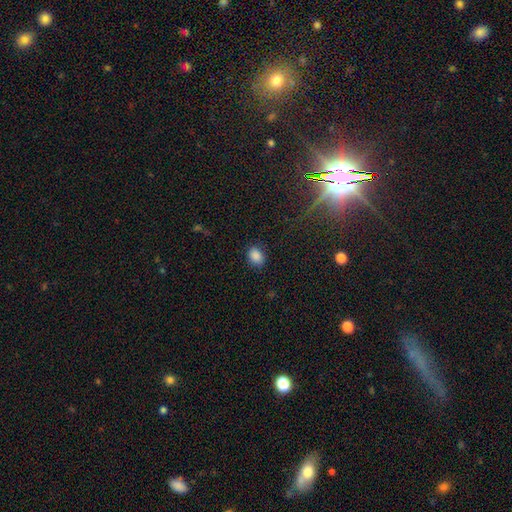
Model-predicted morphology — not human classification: Smooth or featured?
  - smooth: 87% *
  - star or artifact: 10%
  - featured or disk: 3%
How rounded?
  - in between: 69% *
  - round: 30%
  - cigar-shaped: 1%
Merging?
  - none: 86% *
  - minor disturbance: 10%
  - major disturbance: 3%
  - merger: 1%